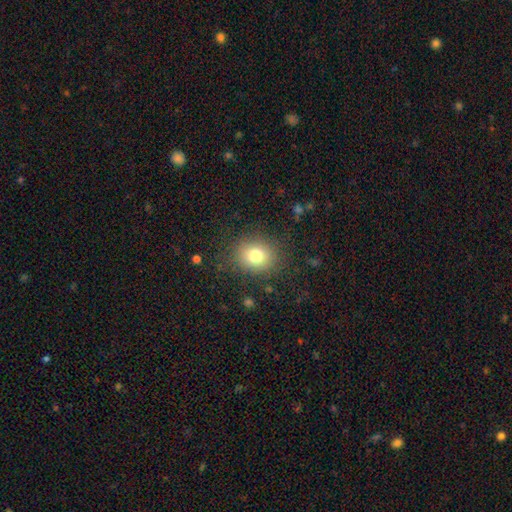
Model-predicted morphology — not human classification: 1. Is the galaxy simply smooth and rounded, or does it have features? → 77% smooth, 12% star or artifact, 11% featured or disk.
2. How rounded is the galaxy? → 66% round, 34% in between, 1% cigar-shaped.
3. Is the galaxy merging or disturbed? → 83% none, 11% minor disturbance, 5% major disturbance, 1% merger.